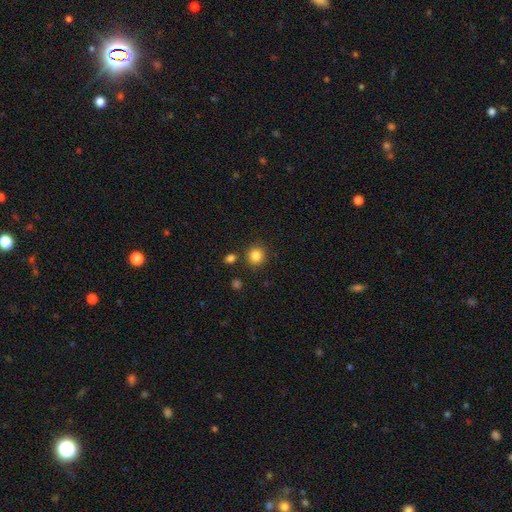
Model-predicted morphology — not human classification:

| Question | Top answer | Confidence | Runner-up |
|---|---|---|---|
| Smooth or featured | smooth | 84% | star or artifact (11%) |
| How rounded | round | 92% | in between (7%) |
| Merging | none | 87% | minor disturbance (7%) |